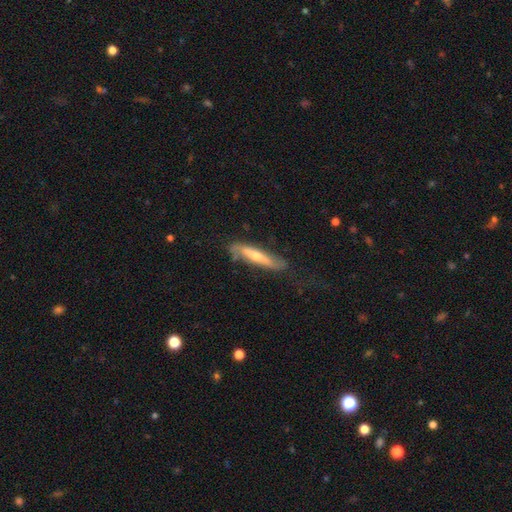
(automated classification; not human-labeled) This appears to be a featured or disk galaxy (63%) viewed edge-on (64%). Merging: none (60%).